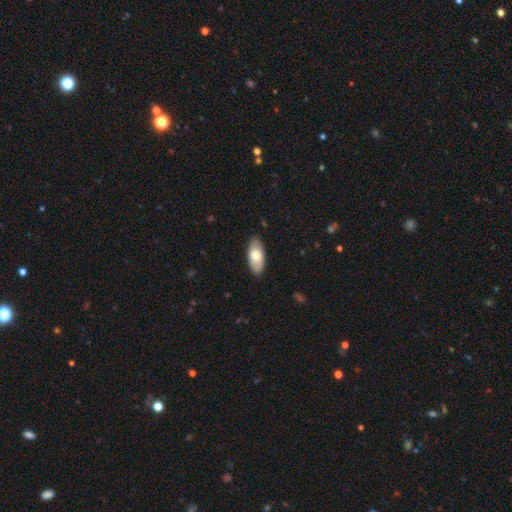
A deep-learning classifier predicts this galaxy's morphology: This is likely a smooth galaxy (72%). How rounded: clearly in between (89%). Merging: clearly none (86%).